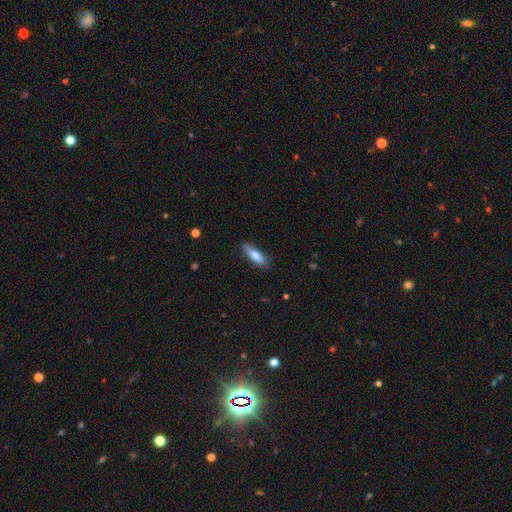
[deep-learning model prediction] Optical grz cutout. It shows a smooth galaxy with no disk features (74%) that is cigar-shaped (55%). Merging: none (79%).